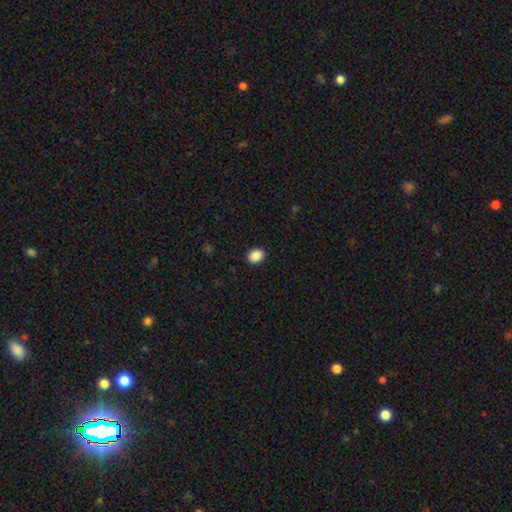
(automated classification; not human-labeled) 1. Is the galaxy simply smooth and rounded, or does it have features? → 89% smooth, 9% star or artifact, 3% featured or disk.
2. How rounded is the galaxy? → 54% round, 45% in between, 1% cigar-shaped.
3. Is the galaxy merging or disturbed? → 90% none, 7% minor disturbance, 2% major disturbance, 1% merger.